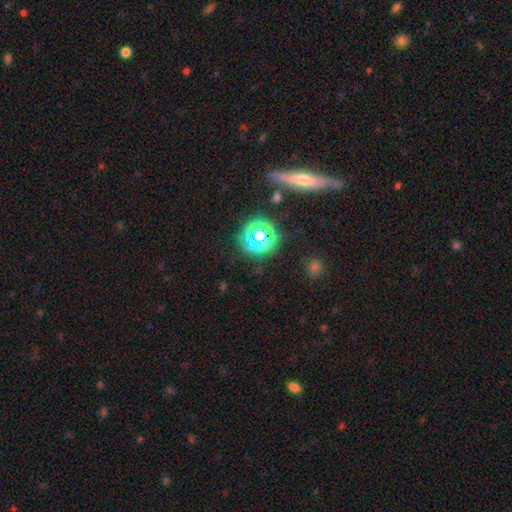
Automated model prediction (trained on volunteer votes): Q: Smooth or featured?
A: star or artifact (35%); tied with: smooth (35%)